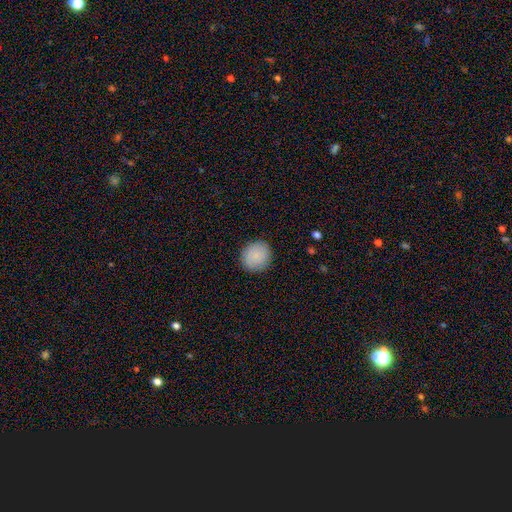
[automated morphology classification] Q: Smooth or featured?
A: smooth (88%); runner-up: star or artifact (7%)
Q: How rounded?
A: round (88%); runner-up: in between (11%)
Q: Merging?
A: none (90%); runner-up: minor disturbance (7%)